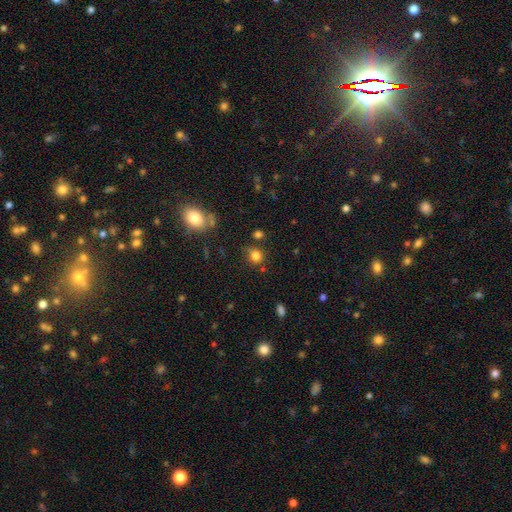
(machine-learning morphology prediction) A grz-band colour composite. It shows a smooth galaxy with no disk features (80%) that is round (80%). Merging: none (69%).